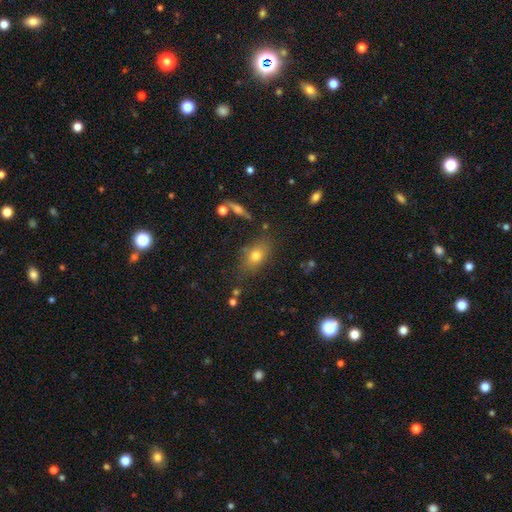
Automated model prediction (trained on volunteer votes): Overall: smooth (73%). How rounded: in between (75%). Merging: none (75%).